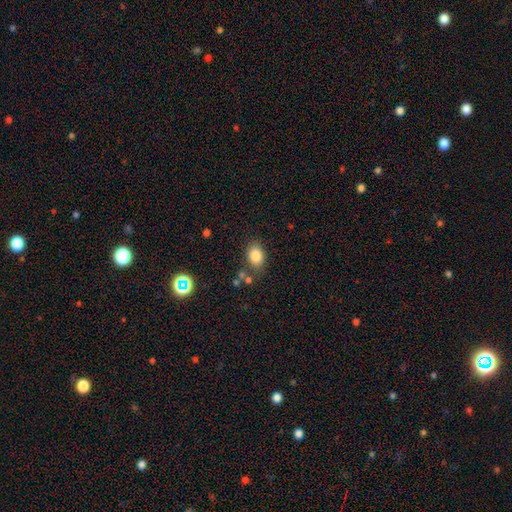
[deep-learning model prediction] Smooth or featured? Predicted: smooth (p=0.83). How rounded? Predicted: in between (p=0.74). Merging? Predicted: none (p=0.75).